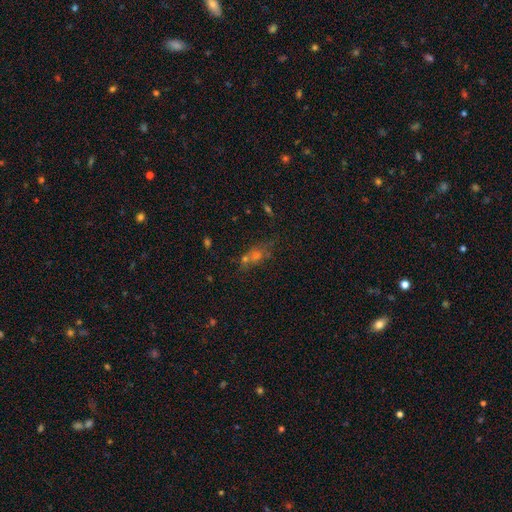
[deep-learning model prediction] Smooth or featured? Predicted: smooth (p=0.44). Merging? Predicted: none (p=0.49).